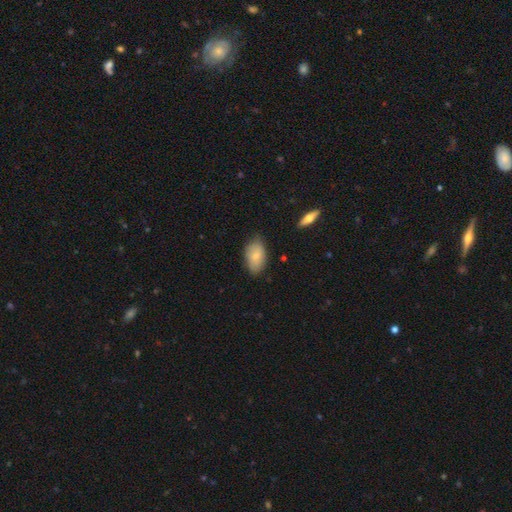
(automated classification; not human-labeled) A smooth galaxy with no disk features (79%) that is in between round and cigar-shaped (93%). Merging: none (75%).